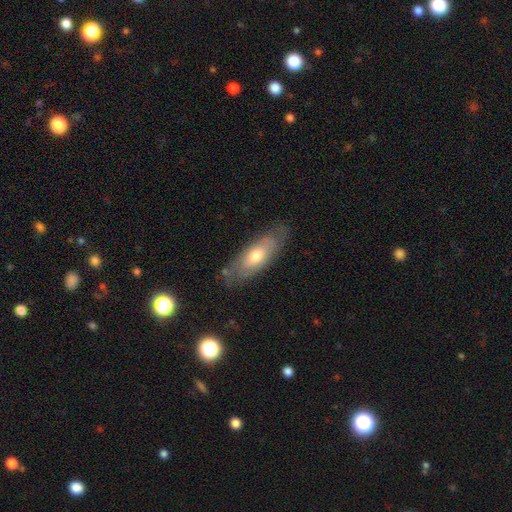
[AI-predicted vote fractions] A smooth galaxy with no disk features (51%) that is in between round and cigar-shaped (72%).

Vote fractions:
- Smooth or featured? smooth: 51% / featured or disk: 43% / star or artifact: 6%
- How rounded? in between: 72% / cigar-shaped: 25% / round: 2%
- Merging? none: 74% / minor disturbance: 19% / major disturbance: 5% / merger: 2%